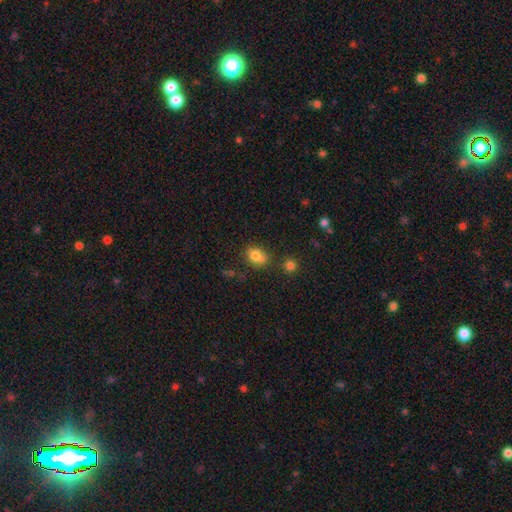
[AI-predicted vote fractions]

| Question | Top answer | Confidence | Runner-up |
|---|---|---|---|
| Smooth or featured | smooth | 78% | star or artifact (12%) |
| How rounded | in between | 61% | round (37%) |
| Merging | none | 55% | minor disturbance (22%) |